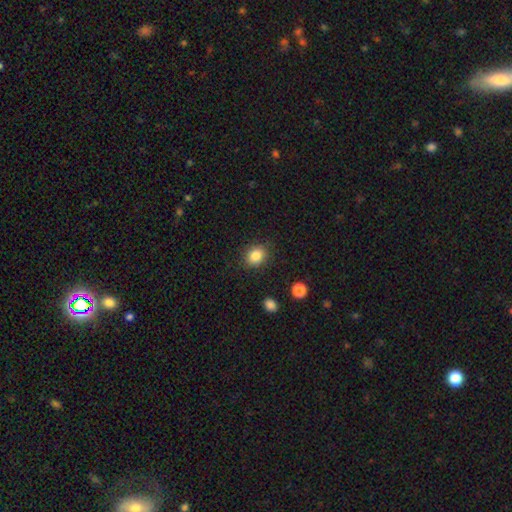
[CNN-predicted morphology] Smooth or featured?
  - smooth: 85% *
  - star or artifact: 10%
  - featured or disk: 5%
How rounded?
  - round: 62% *
  - in between: 37%
  - cigar-shaped: 1%
Merging?
  - none: 86% *
  - minor disturbance: 10%
  - major disturbance: 3%
  - merger: 1%